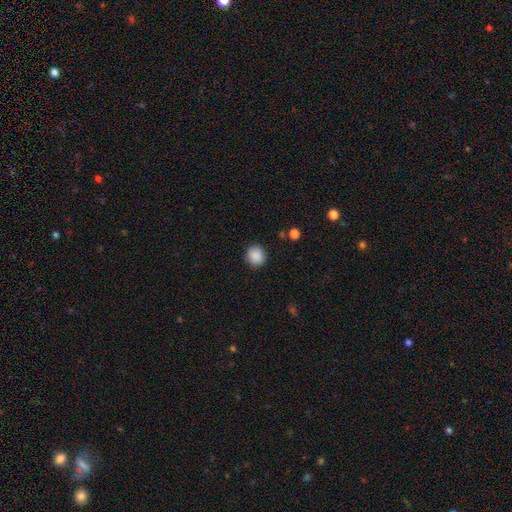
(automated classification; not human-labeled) Smooth or featured?
  - smooth: 88% *
  - star or artifact: 8%
  - featured or disk: 3%
How rounded?
  - round: 84% *
  - in between: 15%
  - cigar-shaped: 1%
Merging?
  - none: 88% *
  - minor disturbance: 8%
  - major disturbance: 2%
  - merger: 1%